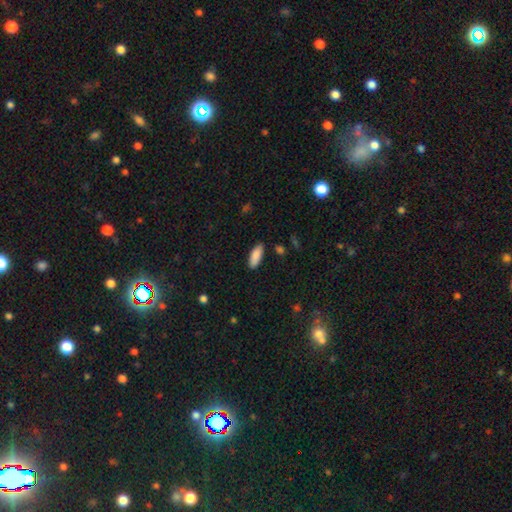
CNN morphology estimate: This is clearly a smooth galaxy (89%). How rounded: likely in between (74%). Merging: clearly none (84%).